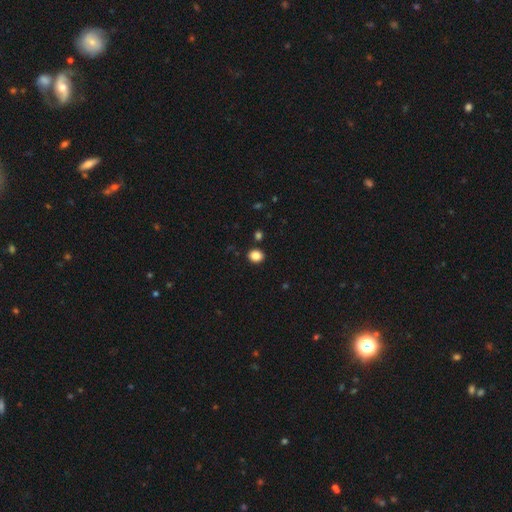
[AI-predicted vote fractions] Smooth or featured? smooth (86%)
How rounded? round (68%)
Merging? none (88%)